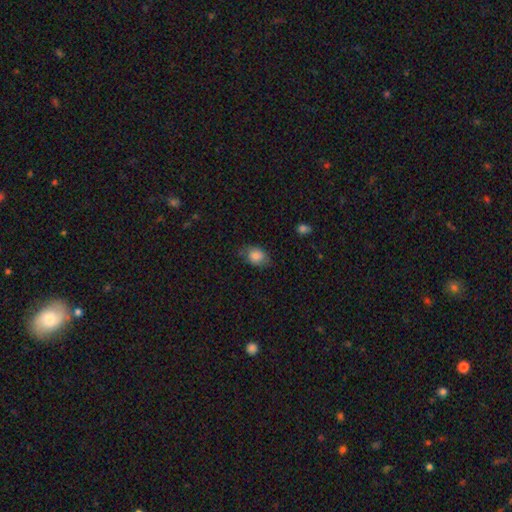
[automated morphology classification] This is clearly a smooth galaxy (83%). How rounded: likely in between (72%). Merging: likely none (67%).